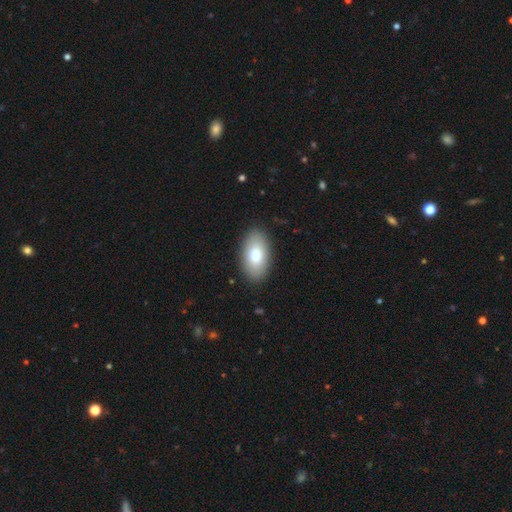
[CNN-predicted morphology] Q: Smooth or featured?
A: smooth (76%); runner-up: featured or disk (17%)
Q: How rounded?
A: in between (94%); runner-up: round (4%)
Q: Merging?
A: none (89%); runner-up: minor disturbance (8%)